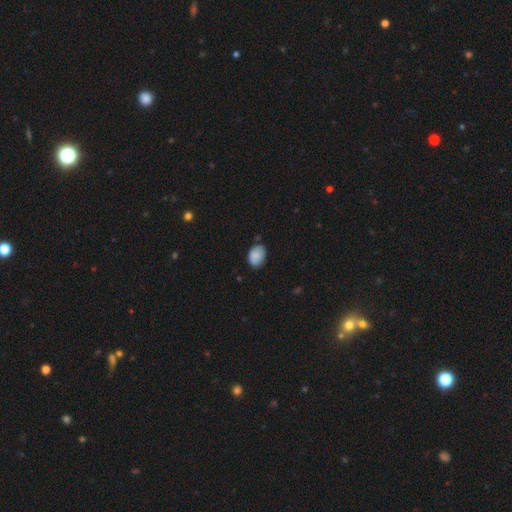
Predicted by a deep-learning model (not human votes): smooth-or-featured: smooth: 84% | featured or disk: 8% | star or artifact: 8%
  how-rounded: in between: 74% | round: 25% | cigar-shaped: 1%
  merging: none: 70% | minor disturbance: 24% | major disturbance: 4% | merger: 2%